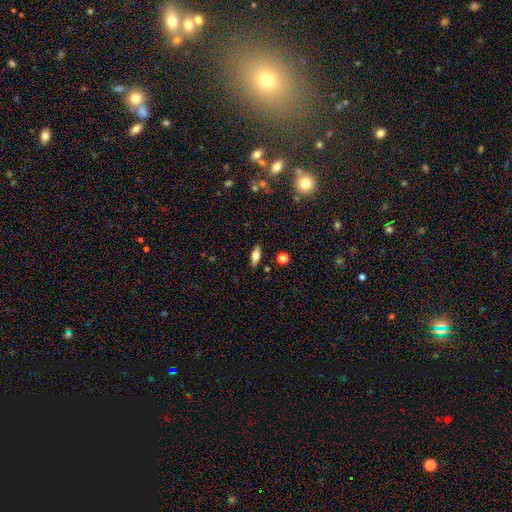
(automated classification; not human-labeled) This appears to be a smooth galaxy with no disk features (58%) that is in between round and cigar-shaped (72%). Merging: none (86%).